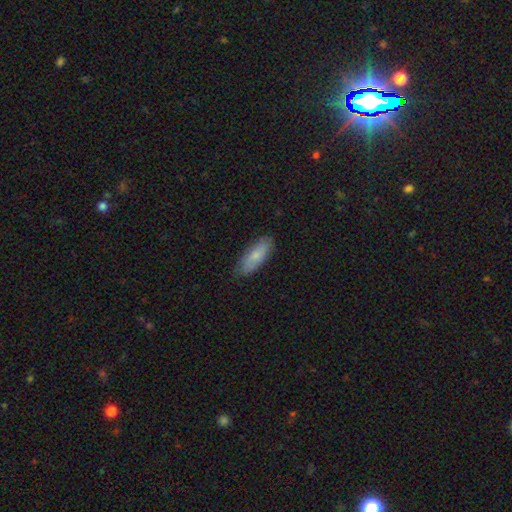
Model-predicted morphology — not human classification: Q: Smooth or featured?
A: smooth (77%); runner-up: featured or disk (17%)
Q: How rounded?
A: in between (72%); runner-up: cigar-shaped (26%)
Q: Merging?
A: none (81%); runner-up: minor disturbance (16%)